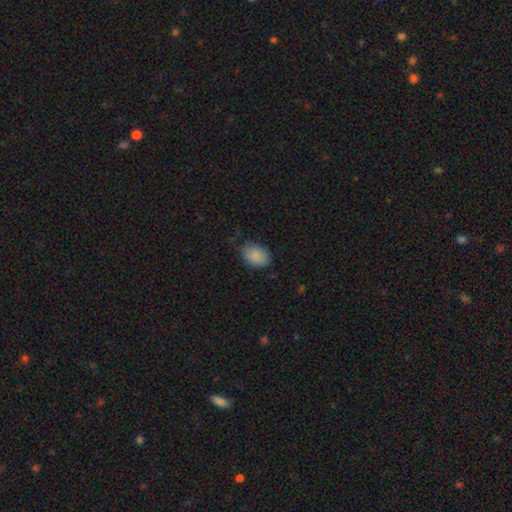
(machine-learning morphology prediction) smooth_or_featured: smooth (p=0.87) [alt: star or artifact p=0.08]
how_rounded: in between (p=0.77) [alt: round p=0.22]
merging: none (p=0.71) [alt: minor disturbance p=0.24]